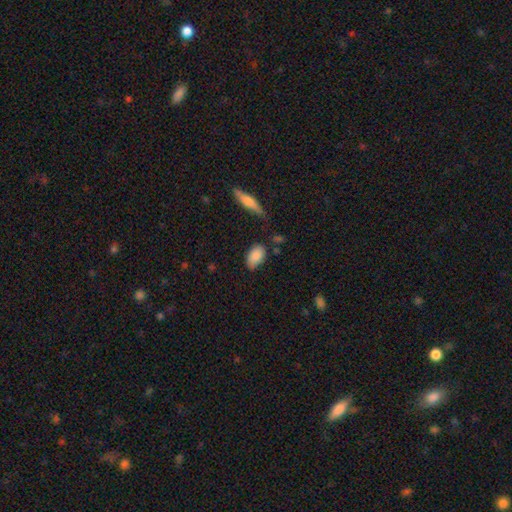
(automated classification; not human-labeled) Morphology: type=smooth (85%); roundness=in between (91%); merging=none (66%).